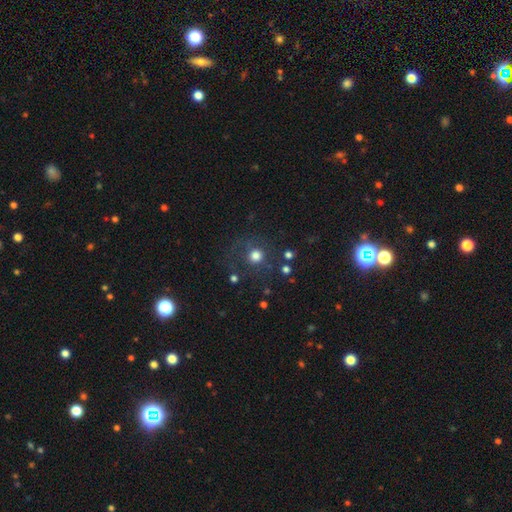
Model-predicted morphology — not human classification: Q: Smooth or featured?
A: smooth (74%); runner-up: star or artifact (15%)
Q: How rounded?
A: round (92%); runner-up: in between (7%)
Q: Merging?
A: none (75%); runner-up: minor disturbance (12%)